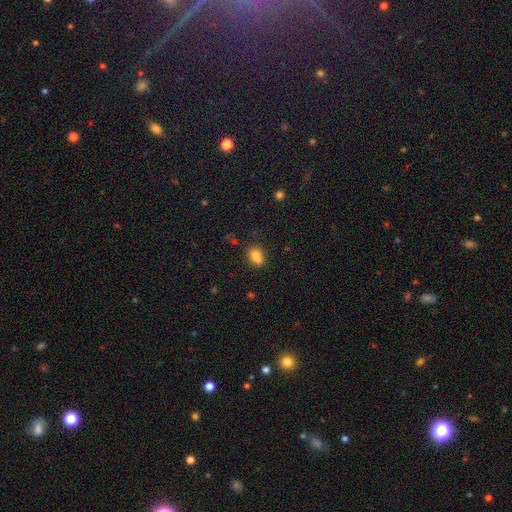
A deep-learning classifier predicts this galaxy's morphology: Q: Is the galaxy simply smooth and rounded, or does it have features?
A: smooth — 77%.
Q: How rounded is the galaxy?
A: in between — 64%.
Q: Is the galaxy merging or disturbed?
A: none — 47%.